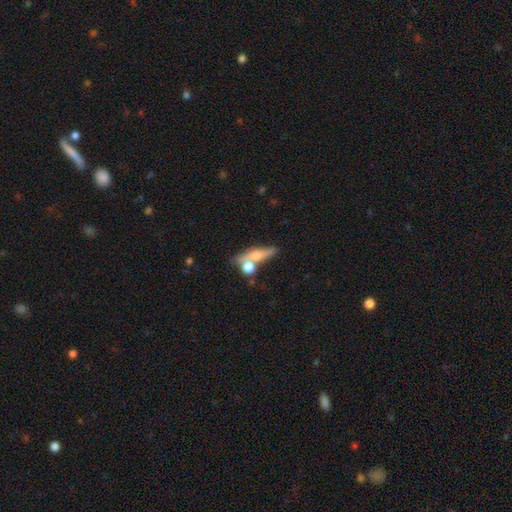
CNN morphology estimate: Overall: smooth (45%; featured or disk 44%). Merging: none (52%; merger 28%).